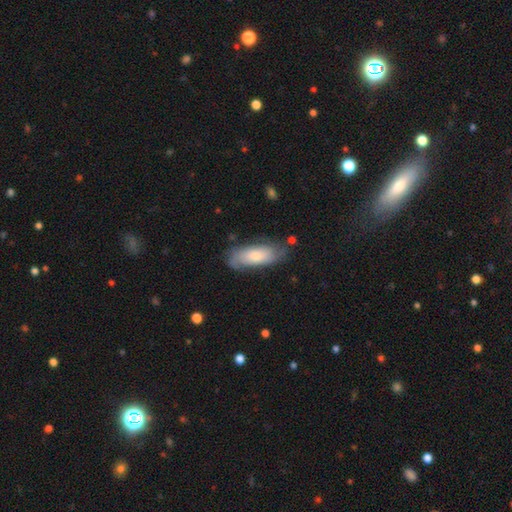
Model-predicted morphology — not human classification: This is possibly a smooth galaxy (49%). Merging: likely none (67%).